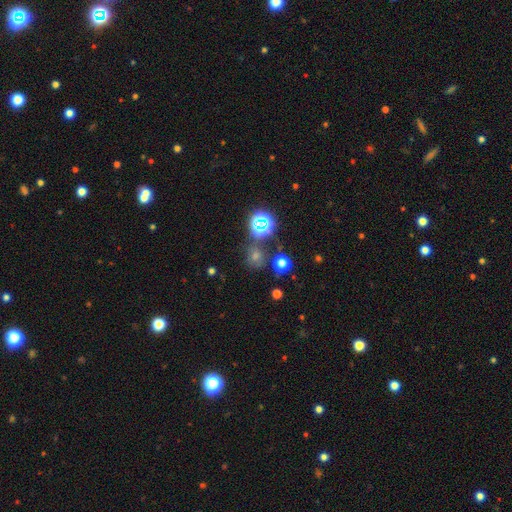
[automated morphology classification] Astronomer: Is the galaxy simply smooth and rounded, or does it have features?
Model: star or artifact — 54% (runner-up: smooth, 36%).